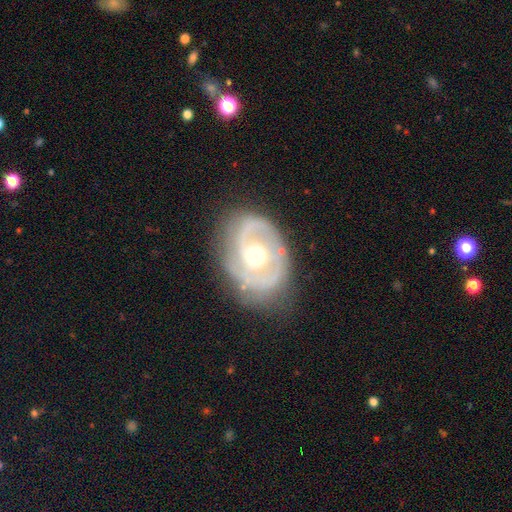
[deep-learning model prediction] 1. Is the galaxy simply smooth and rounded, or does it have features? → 81% featured or disk, 13% smooth, 5% star or artifact.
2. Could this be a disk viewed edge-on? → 96% no, 4% yes.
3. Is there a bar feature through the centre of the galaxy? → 68% no, 25% weak, 7% strong.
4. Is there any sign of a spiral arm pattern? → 80% yes, 20% no.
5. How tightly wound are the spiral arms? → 50% tight, 35% medium, 15% loose.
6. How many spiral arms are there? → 55% 2, 20% can't tell, 14% 1, 6% 3, 2% 4, 2% more than 4.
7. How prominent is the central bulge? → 74% moderate, 13% large, 11% small, 1% dominant, 1% none.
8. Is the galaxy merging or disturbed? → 69% none, 20% minor disturbance, 9% major disturbance, 2% merger.